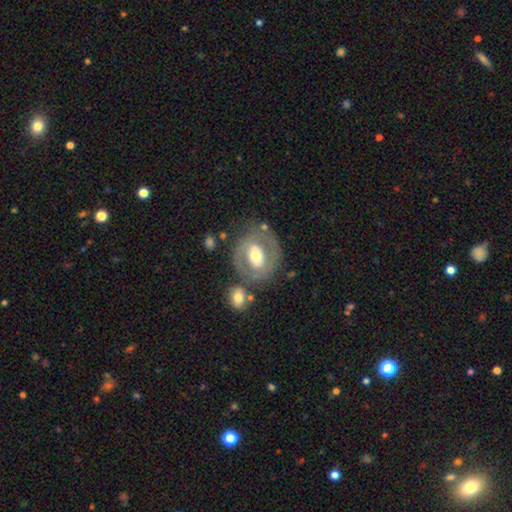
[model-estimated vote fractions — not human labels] The model was most divided on "bar": no: 50%, weak: 31%, strong: 19%. More confident: edge-on disk — no (95%); bulge size — moderate (68%); merging — none (67%); spiral arms — no (65%); smooth or featured — featured or disk (61%).